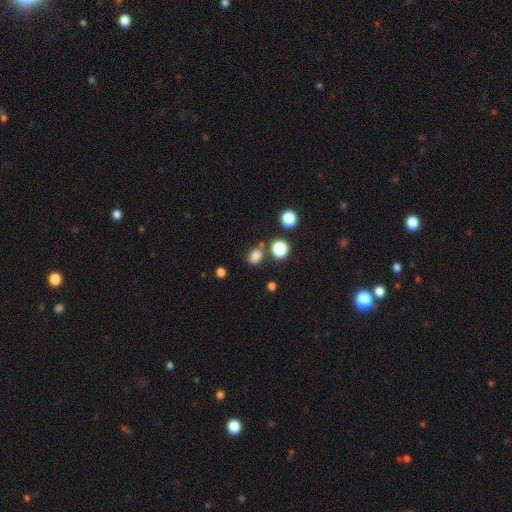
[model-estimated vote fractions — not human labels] Smooth or featured? smooth (81%)
How rounded? in between (62%)
Merging? none (74%)